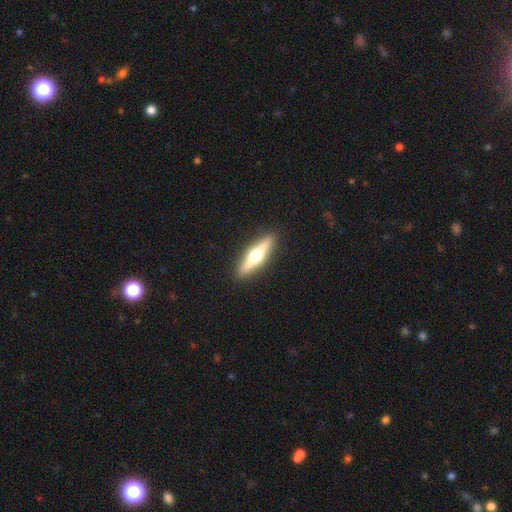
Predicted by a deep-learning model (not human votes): A featured or disk galaxy (60%) viewed edge-on (95%) with a rounded central bulge (95%). Merging: none (91%).